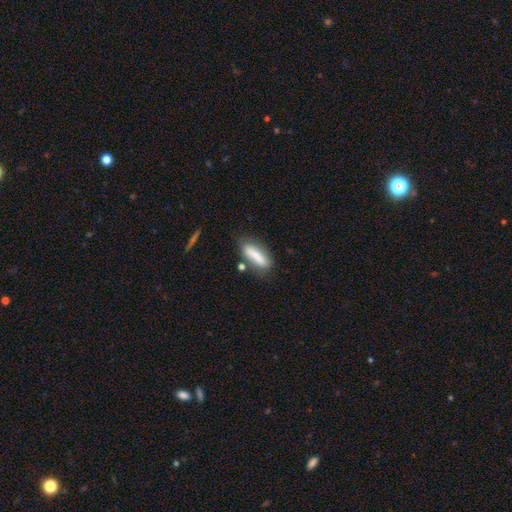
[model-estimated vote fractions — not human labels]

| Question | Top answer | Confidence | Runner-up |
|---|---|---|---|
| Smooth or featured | smooth | 74% | featured or disk (19%) |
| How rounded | cigar-shaped | 51% | in between (46%) |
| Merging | none | 69% | minor disturbance (18%) |